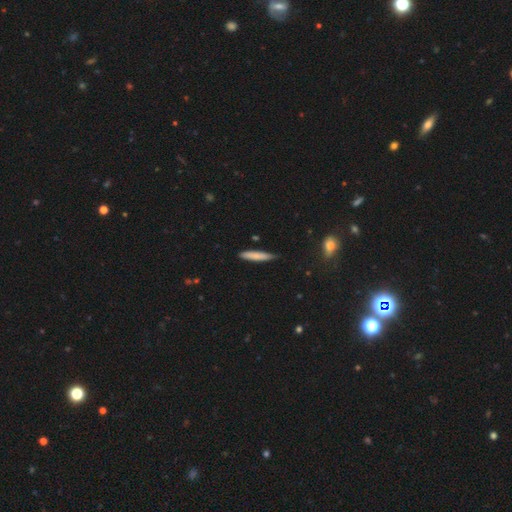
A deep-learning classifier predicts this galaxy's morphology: Smooth or featured: smooth — 78% (featured or disk — 16%)
How rounded: cigar-shaped — 92% (in between — 7%)
Merging: none — 80% (minor disturbance — 16%)